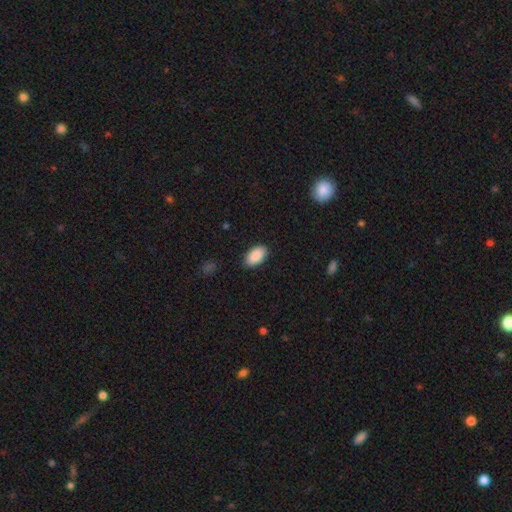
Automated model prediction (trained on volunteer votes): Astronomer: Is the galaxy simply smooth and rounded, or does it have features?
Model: smooth — 90%.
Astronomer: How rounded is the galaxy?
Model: in between — 95%.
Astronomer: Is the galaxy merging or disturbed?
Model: none — 88%.